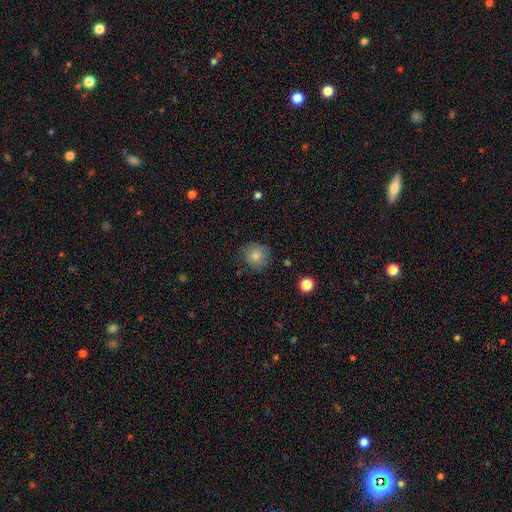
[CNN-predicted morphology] smooth-or-featured: smooth: 83% | star or artifact: 9% | featured or disk: 8%
  how-rounded: round: 88% | in between: 11% | cigar-shaped: 1%
  merging: none: 79% | minor disturbance: 16% | major disturbance: 4% | merger: 1%